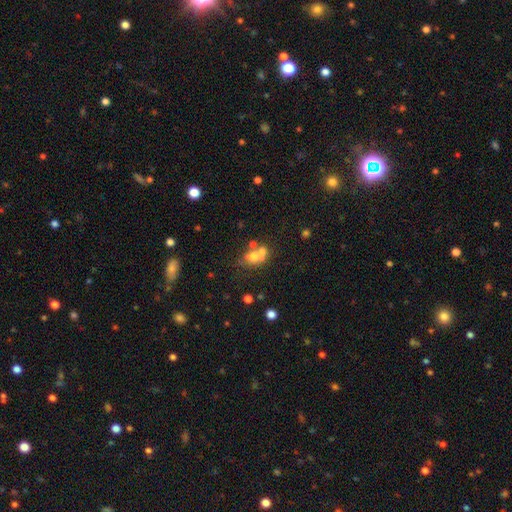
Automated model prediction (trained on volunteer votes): Smooth or featured: smooth — 56% (featured or disk — 28%)
How rounded: round — 56% (in between — 43%)
Merging: merger — 51% (none — 31%)